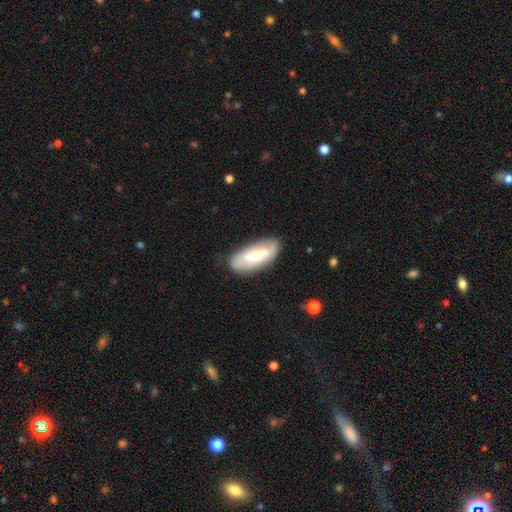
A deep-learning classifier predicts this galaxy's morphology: Q: Smooth or featured?
A: smooth (48%); runner-up: featured or disk (46%)
Q: Merging?
A: none (79%); runner-up: minor disturbance (15%)